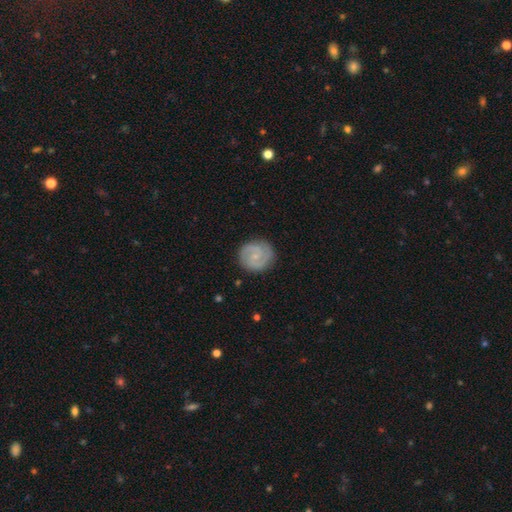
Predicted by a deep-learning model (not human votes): Smooth or featured?
  - featured or disk: 81% *
  - smooth: 14%
  - star or artifact: 5%
Edge-on disk?
  - no: 98% *
  - yes: 2%
Bar?
  - no: 54% *
  - weak: 39%
  - strong: 7%
Spiral arms?
  - yes: 96% *
  - no: 4%
Spiral winding?
  - tight: 52% *
  - medium: 41%
  - loose: 8%
Spiral arm count?
  - 2: 86% *
  - can't tell: 5%
  - 3: 4%
  - 1: 2%
  - 4: 1%
  - more than 4: 1%
Bulge size?
  - small: 70% *
  - moderate: 16%
  - none: 12%
  - large: 1%
  - dominant: 1%
Merging?
  - none: 86% *
  - minor disturbance: 10%
  - major disturbance: 3%
  - merger: 1%